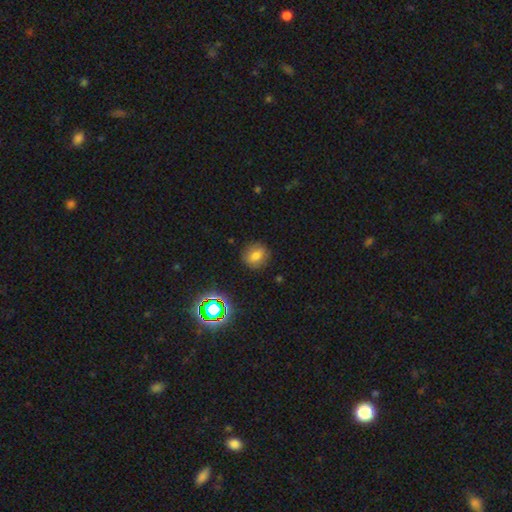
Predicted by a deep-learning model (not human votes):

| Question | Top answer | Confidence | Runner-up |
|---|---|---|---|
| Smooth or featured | smooth | 72% | star or artifact (16%) |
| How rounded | round | 76% | in between (23%) |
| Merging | none | 84% | minor disturbance (12%) |